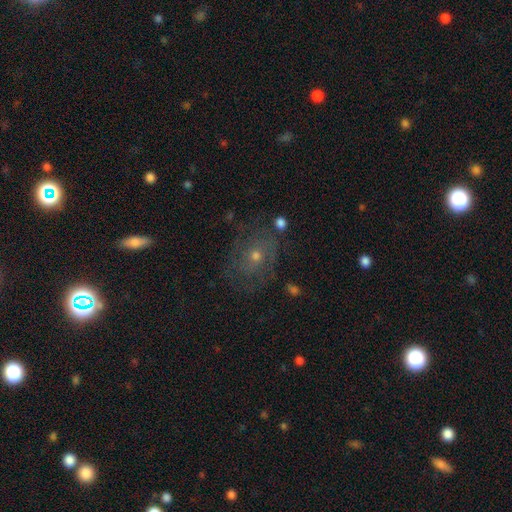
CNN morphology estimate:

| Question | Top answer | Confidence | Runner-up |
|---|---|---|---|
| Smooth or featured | featured or disk | 57% | smooth (25%) |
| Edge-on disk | no | 96% | yes (4%) |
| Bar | no | 81% | weak (16%) |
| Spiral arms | yes | 73% | no (27%) |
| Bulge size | small | 51% | moderate (44%) |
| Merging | none | 69% | minor disturbance (18%) |